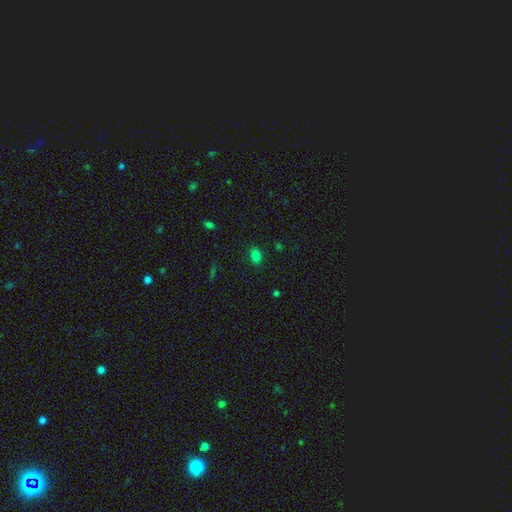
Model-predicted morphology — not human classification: Q: Smooth or featured?
A: smooth (80%); runner-up: star or artifact (16%)
Q: How rounded?
A: in between (75%); runner-up: round (24%)
Q: Merging?
A: none (85%); runner-up: minor disturbance (10%)